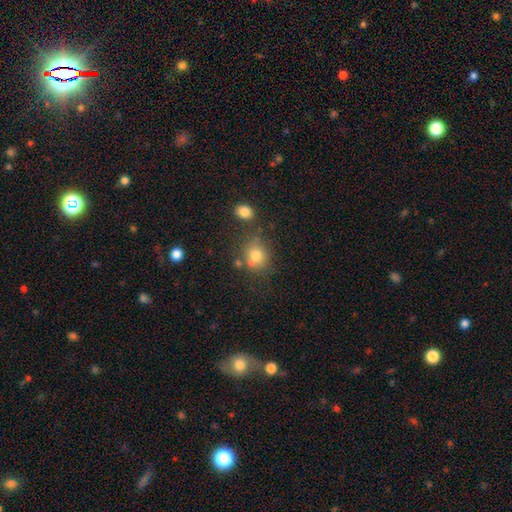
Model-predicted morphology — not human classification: type=smooth (76%); roundness=round (73%); merging=none (62%).